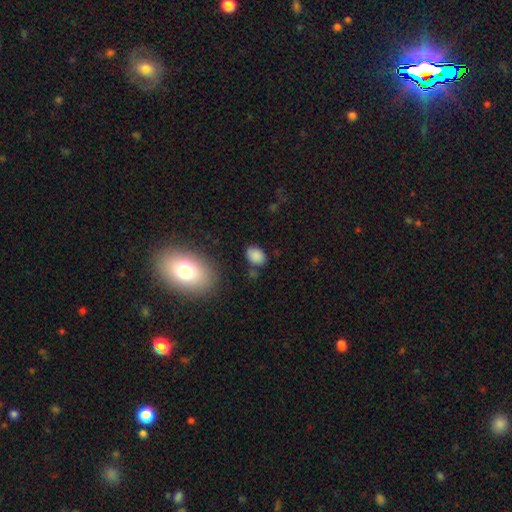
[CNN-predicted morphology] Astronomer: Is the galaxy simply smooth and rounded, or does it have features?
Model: smooth — 84%.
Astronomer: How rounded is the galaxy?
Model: in between — 77%.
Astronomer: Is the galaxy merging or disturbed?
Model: none — 74%.